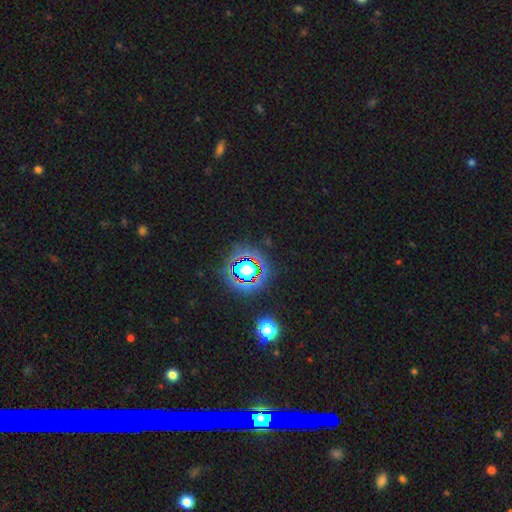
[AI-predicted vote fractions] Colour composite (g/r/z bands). It shows a star or artifact, not a galaxy (75%).